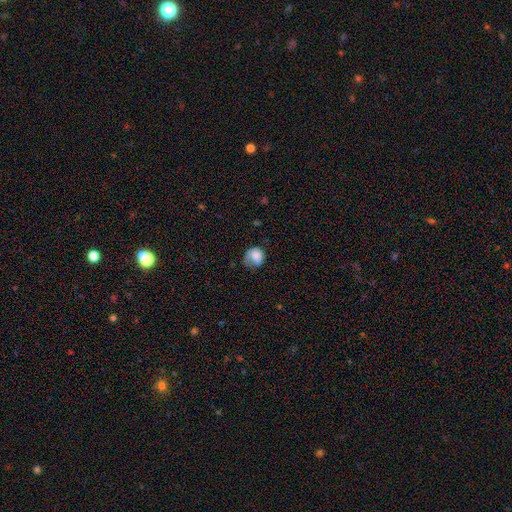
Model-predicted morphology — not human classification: A smooth galaxy with no disk features (76%) that is round (60%). Merging: none (35%).